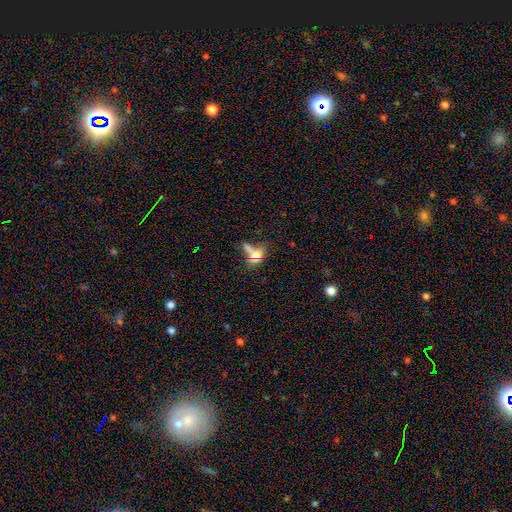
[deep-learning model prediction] Smooth or featured?
  - smooth: 57% *
  - featured or disk: 27%
  - star or artifact: 16%
How rounded?
  - in between: 55% *
  - round: 25%
  - cigar-shaped: 20%
Merging?
  - merger: 37% *
  - none: 33%
  - major disturbance: 16%
  - minor disturbance: 13%